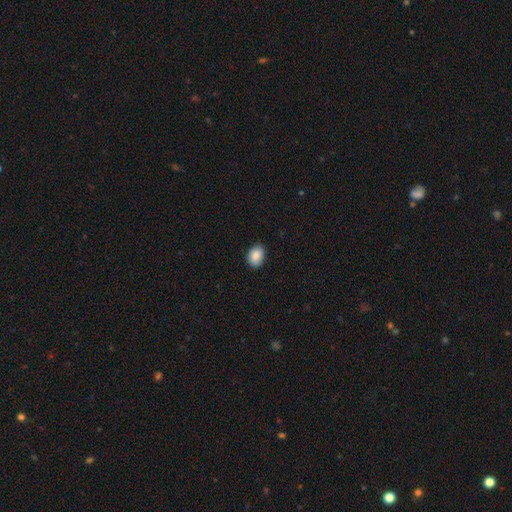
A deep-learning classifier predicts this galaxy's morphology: The model was most divided on "how rounded": in between: 66%, round: 33%, cigar-shaped: 1%. More confident: smooth or featured — smooth (88%); merging — none (84%).